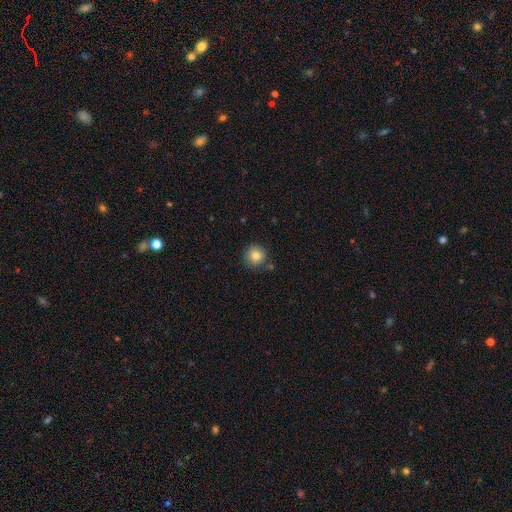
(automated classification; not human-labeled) This is clearly a smooth galaxy (82%). How rounded: clearly round (92%). Merging: clearly none (81%).